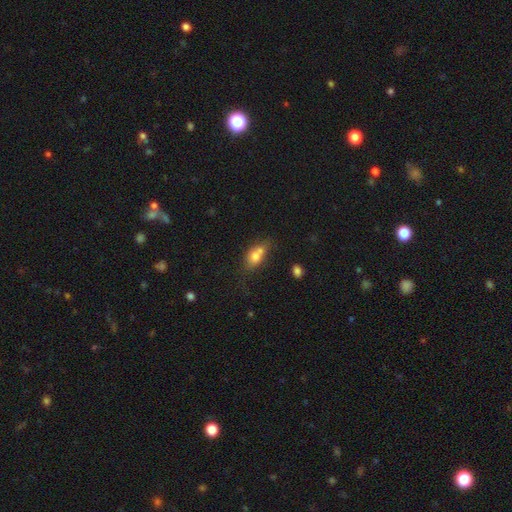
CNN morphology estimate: smooth-or-featured: smooth: 71% | featured or disk: 18% | star or artifact: 11%
  how-rounded: in between: 67% | round: 29% | cigar-shaped: 4%
  merging: merger: 46% | none: 34% | minor disturbance: 14% | major disturbance: 6%